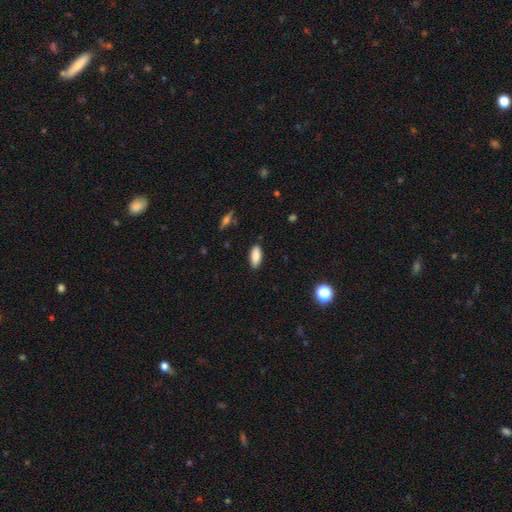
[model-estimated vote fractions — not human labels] Smooth or featured? smooth (87%)
How rounded? in between (82%)
Merging? none (87%)